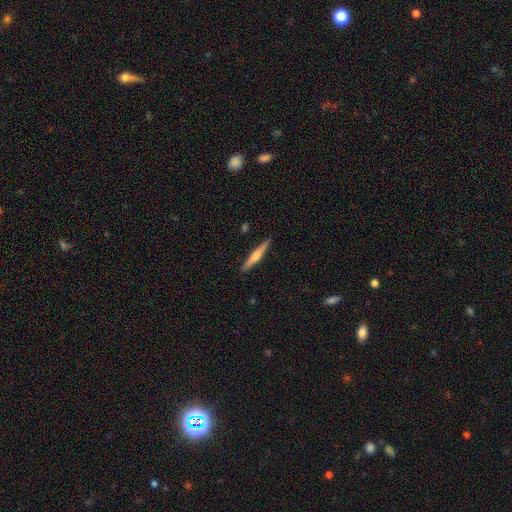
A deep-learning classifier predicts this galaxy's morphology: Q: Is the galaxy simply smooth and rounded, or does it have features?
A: featured or disk — 50%.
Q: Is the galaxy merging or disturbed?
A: none — 91%.